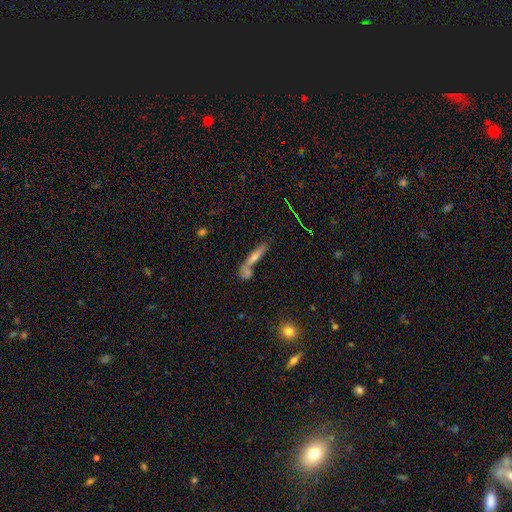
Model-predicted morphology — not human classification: A smooth galaxy with no disk features (50%). Merging: none (48%).